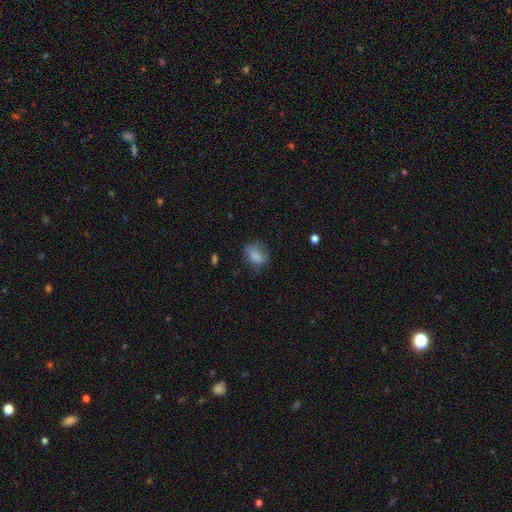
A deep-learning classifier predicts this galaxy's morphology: type=smooth (78%); roundness=in between (68%); merging=none (55%).